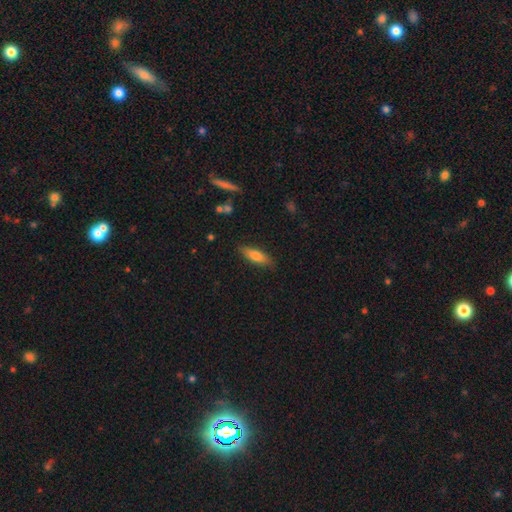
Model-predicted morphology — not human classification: Overall: smooth (76%). How rounded: in between (53%; cigar-shaped 45%). Merging: none (84%).